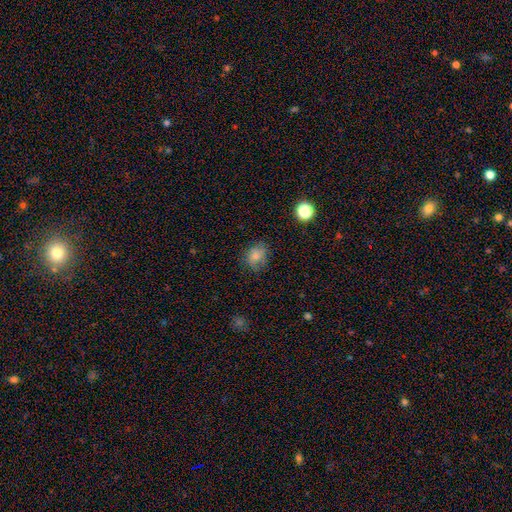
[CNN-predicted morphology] This appears to be a smooth galaxy with no disk features (76%) that is round (53%). Merging: none (69%).